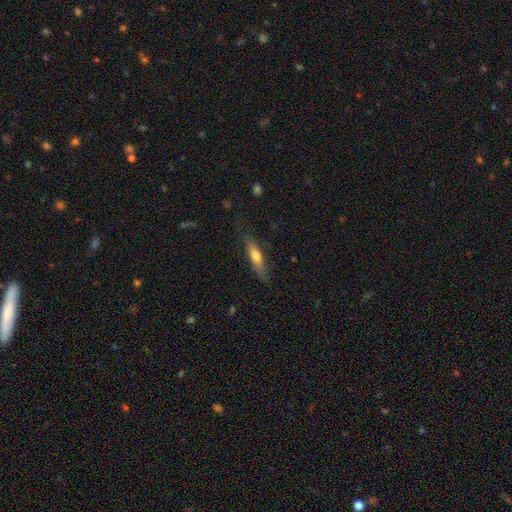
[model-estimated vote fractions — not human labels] This appears to be a smooth galaxy with no disk features (61%) that is cigar-shaped (67%). Merging: none (69%).